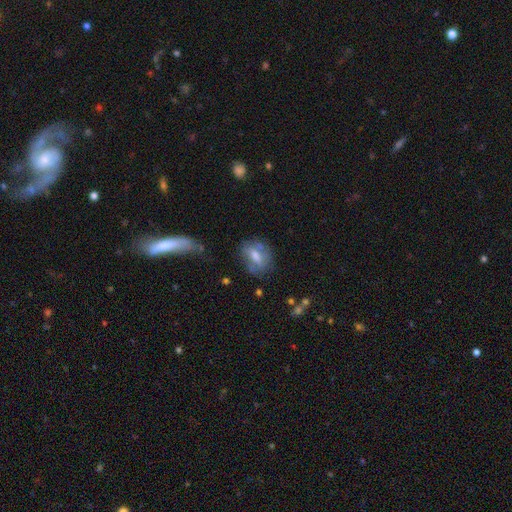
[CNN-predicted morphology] The model was most divided on "smooth or featured": smooth: 53%, featured or disk: 37%, star or artifact: 10%. More confident: how rounded — in between (68%); merging — none (60%).